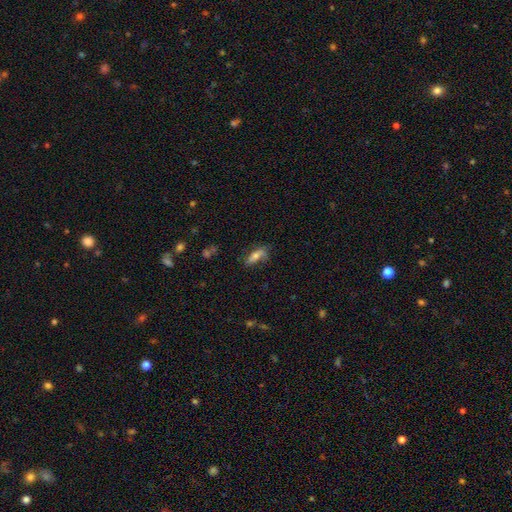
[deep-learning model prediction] Q: Smooth or featured?
A: smooth (58%); runner-up: featured or disk (33%)
Q: How rounded?
A: in between (72%); runner-up: cigar-shaped (24%)
Q: Merging?
A: none (58%); runner-up: minor disturbance (27%)